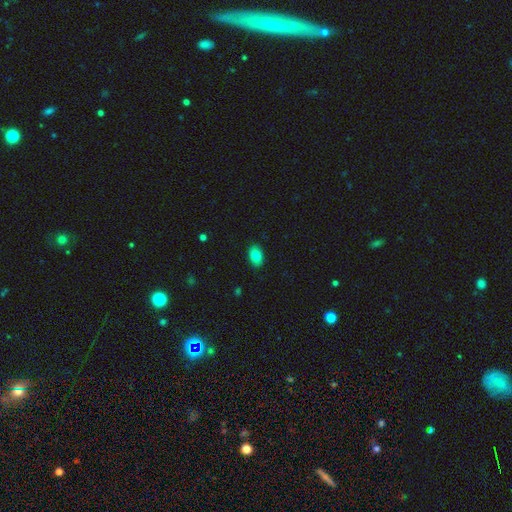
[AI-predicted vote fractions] Overall: smooth (83%). How rounded: in between (87%). Merging: none (88%).